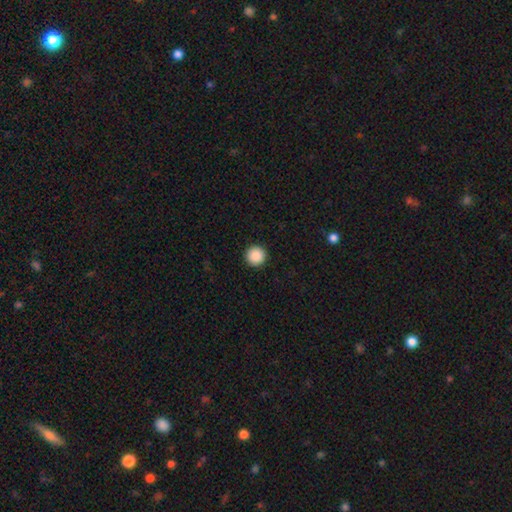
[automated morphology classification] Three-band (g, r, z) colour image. It shows a smooth galaxy with no disk features (89%) that is round (97%). Merging: none (94%).